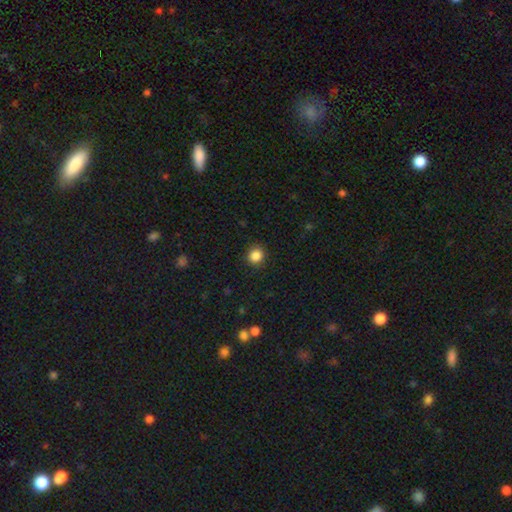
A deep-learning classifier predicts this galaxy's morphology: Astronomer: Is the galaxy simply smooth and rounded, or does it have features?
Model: smooth — 86%.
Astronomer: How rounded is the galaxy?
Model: round — 87%.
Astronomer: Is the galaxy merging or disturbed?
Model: none — 89%.